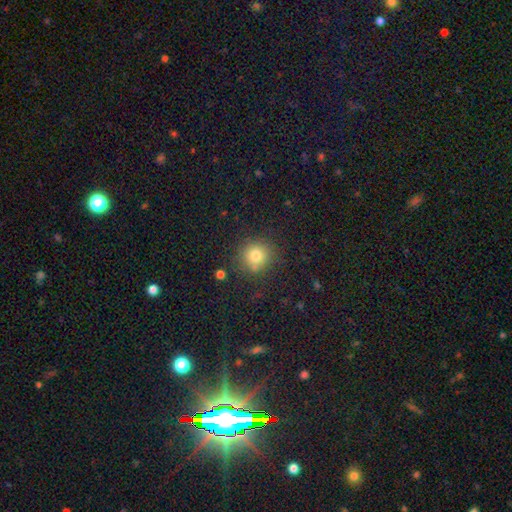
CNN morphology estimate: A smooth galaxy with no disk features (77%) that is round (90%).

Vote fractions:
- Smooth or featured? smooth: 77% / star or artifact: 14% / featured or disk: 8%
- How rounded? round: 90% / in between: 9% / cigar-shaped: 1%
- Merging? none: 79% / minor disturbance: 11% / merger: 6% / major disturbance: 4%